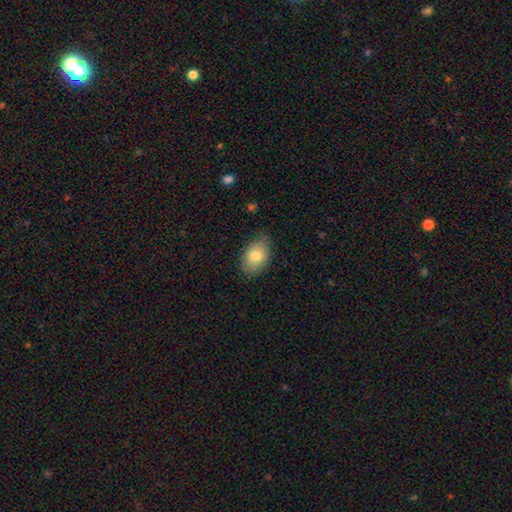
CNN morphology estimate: This is likely a smooth galaxy (80%). How rounded: clearly in between (86%). Merging: likely none (75%).